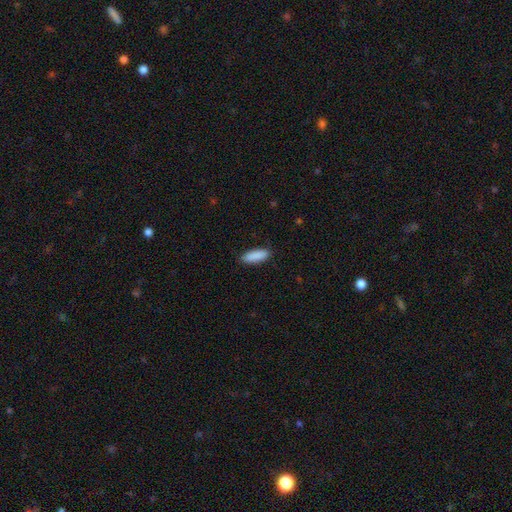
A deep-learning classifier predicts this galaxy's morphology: The model was most divided on "how rounded": in between: 60%, cigar-shaped: 38%, round: 2%. More confident: smooth or featured — smooth (90%); merging — none (88%).